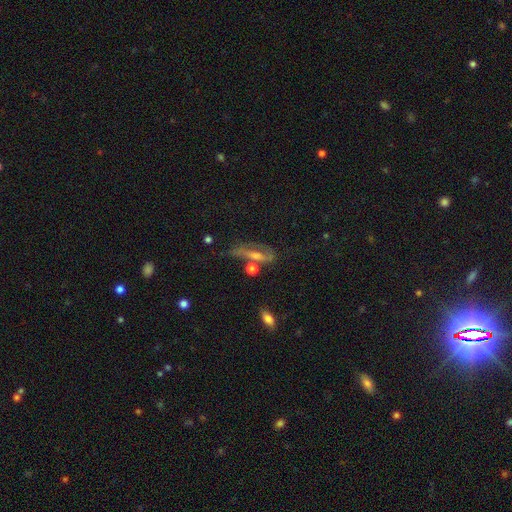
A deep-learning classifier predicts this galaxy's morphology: smooth-or-featured: featured or disk: 59% | smooth: 27% | star or artifact: 14%
  disk-edge-on: no: 72% | yes: 28%
  merging: none: 38% | major disturbance: 26% | minor disturbance: 21% | merger: 14%